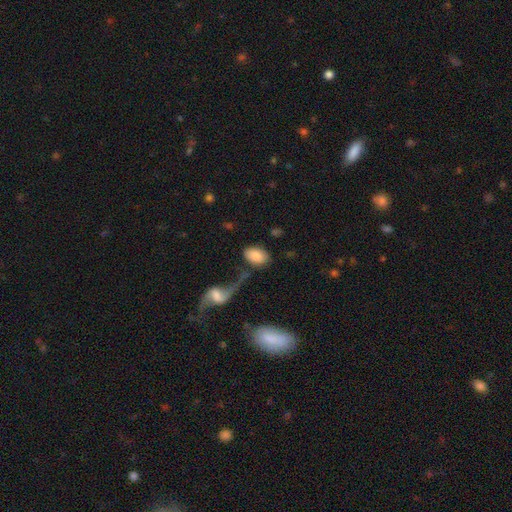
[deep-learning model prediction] smooth-or-featured: smooth: 82% | featured or disk: 12% | star or artifact: 6%
  how-rounded: in between: 90% | round: 9% | cigar-shaped: 1%
  merging: none: 56% | merger: 19% | minor disturbance: 15% | major disturbance: 10%